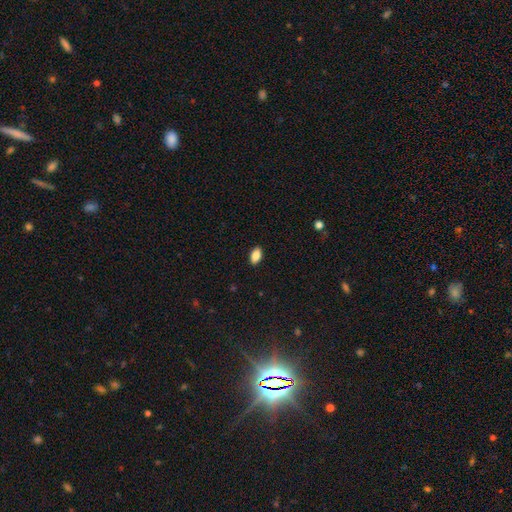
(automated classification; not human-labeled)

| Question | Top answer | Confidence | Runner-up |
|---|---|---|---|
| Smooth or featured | smooth | 87% | star or artifact (8%) |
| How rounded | in between | 92% | round (5%) |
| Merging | none | 90% | minor disturbance (8%) |